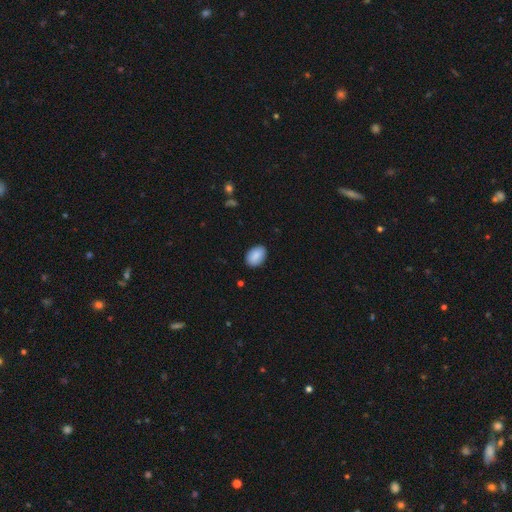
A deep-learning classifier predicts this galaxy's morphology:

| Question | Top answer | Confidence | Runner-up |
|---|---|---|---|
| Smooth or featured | smooth | 89% | star or artifact (6%) |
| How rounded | in between | 88% | round (11%) |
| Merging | none | 87% | minor disturbance (10%) |